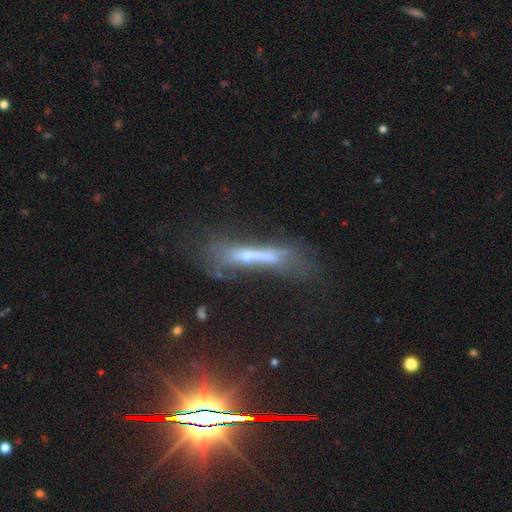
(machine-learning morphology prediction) This appears to be a featured or disk galaxy (51%) viewed edge-on (57%). Merging: major disturbance (33%, tied with none).